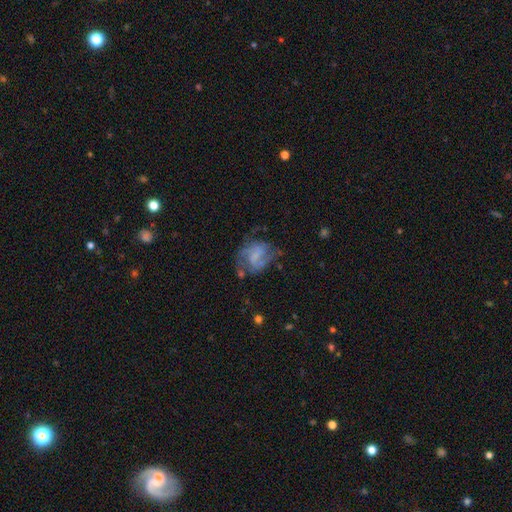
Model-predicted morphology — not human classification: Smooth or featured? Predicted: featured or disk (p=0.67). Edge-on disk? Predicted: no (p=0.98). Bar? Predicted: weak (p=0.45). Spiral arms? Predicted: yes (p=0.83). Spiral winding? Predicted: medium (p=0.47). Spiral arm count? Predicted: 2 (p=0.63). Bulge size? Predicted: none (p=0.51). Merging? Predicted: none (p=0.51).